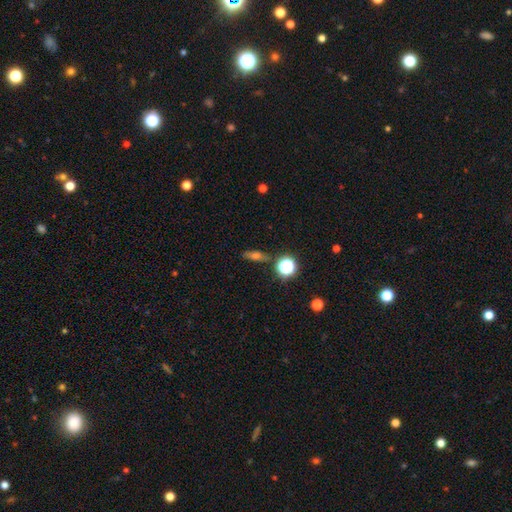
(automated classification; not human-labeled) This is possibly a smooth galaxy (49%). Merging: clearly none (83%).